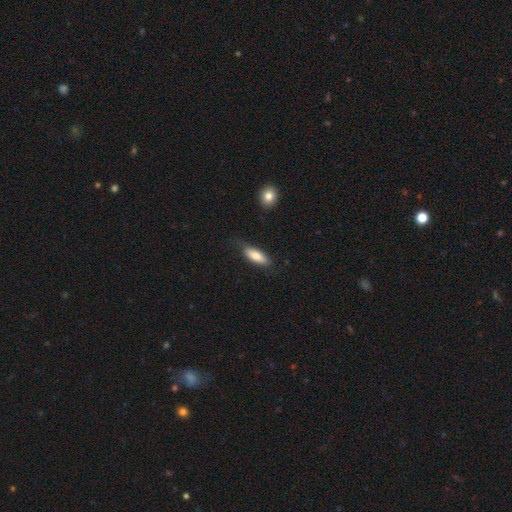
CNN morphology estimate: A smooth galaxy with no disk features (80%) that is in between round and cigar-shaped (72%). Merging: none (71%).